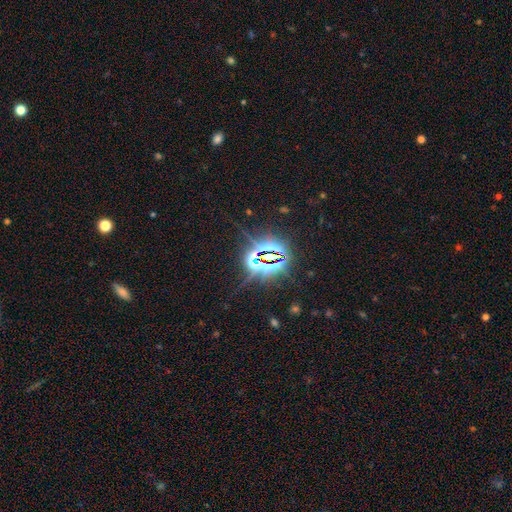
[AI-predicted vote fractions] Morphology: type=star or artifact (83%).